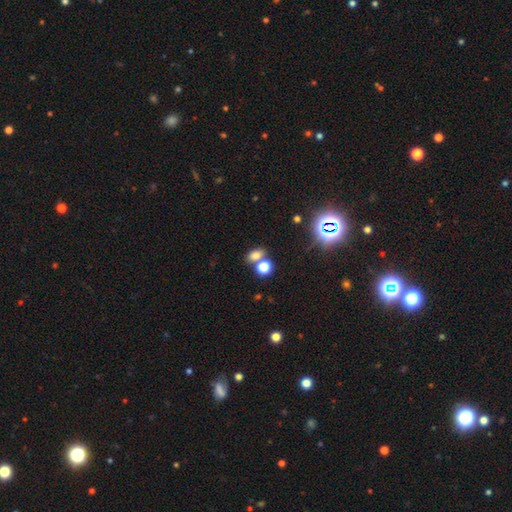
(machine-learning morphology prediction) Smooth or featured? Predicted: smooth (p=0.73). How rounded? Predicted: in between (p=0.68). Merging? Predicted: none (p=0.51).